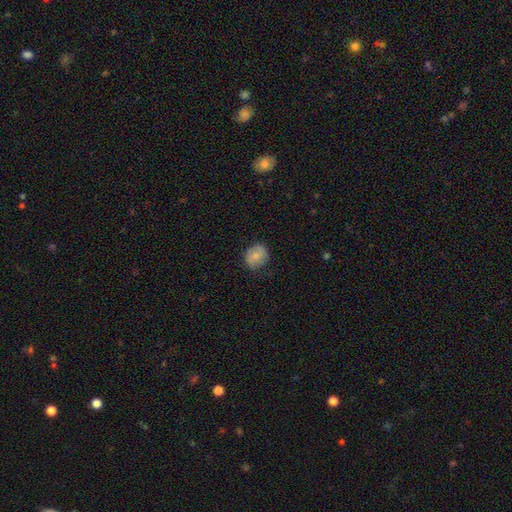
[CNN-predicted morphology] Smooth or featured? Predicted: smooth (p=0.76). How rounded? Predicted: round (p=0.70). Merging? Predicted: none (p=0.75).